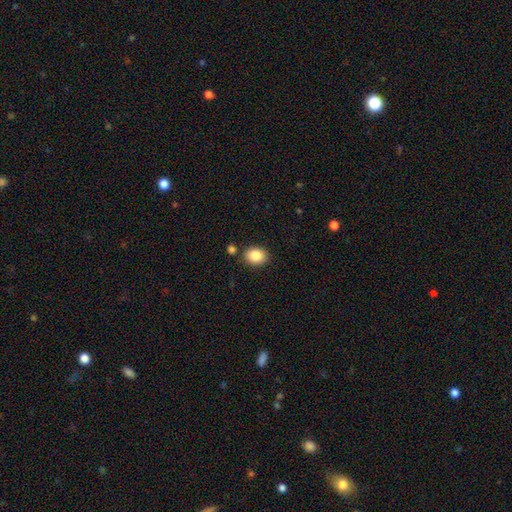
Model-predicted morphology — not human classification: Smooth or featured? smooth (87%)
How rounded? in between (57%)
Merging? none (82%)